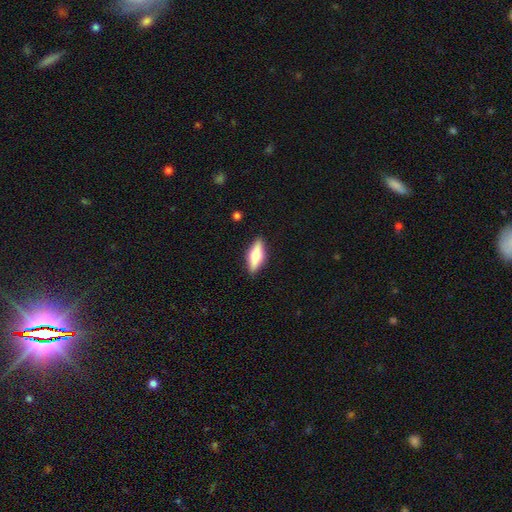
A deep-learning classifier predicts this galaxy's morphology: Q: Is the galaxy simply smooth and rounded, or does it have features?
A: smooth — 53%.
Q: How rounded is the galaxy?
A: in between — 58%.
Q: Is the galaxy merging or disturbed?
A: none — 88%.